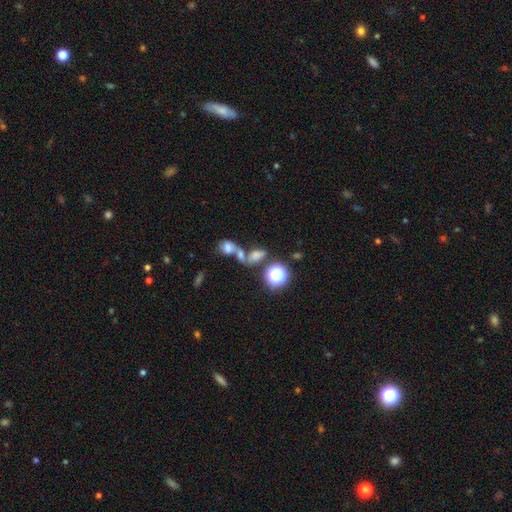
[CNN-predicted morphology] Smooth or featured? Predicted: smooth (p=0.60). How rounded? Predicted: in between (p=0.71). Merging? Predicted: merger (p=0.59).